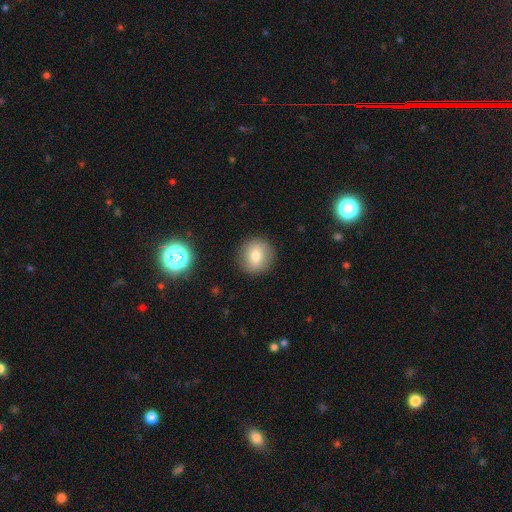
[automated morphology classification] This is likely a smooth galaxy (75%). How rounded: clearly round (92%). Merging: clearly none (89%).